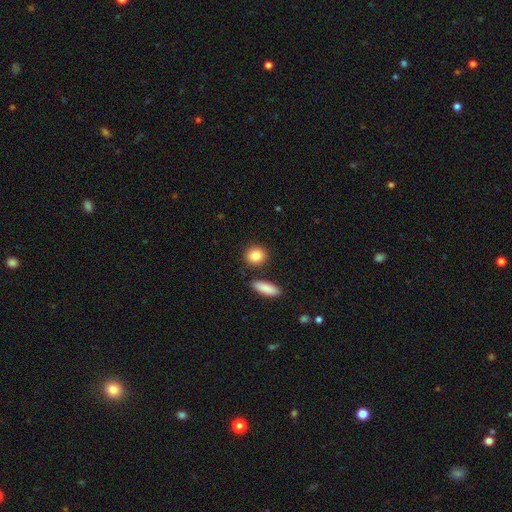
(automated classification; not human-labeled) smooth-or-featured: smooth: 87% | star or artifact: 7% | featured or disk: 6%
  how-rounded: round: 70% | in between: 27% | cigar-shaped: 3%
  merging: none: 84% | minor disturbance: 8% | merger: 6% | major disturbance: 2%